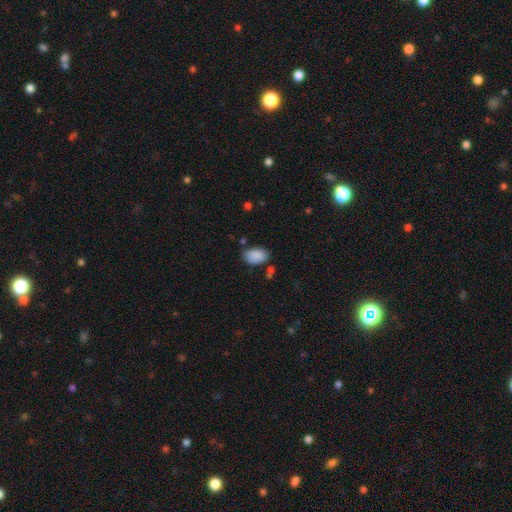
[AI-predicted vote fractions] Smooth or featured? smooth (89%)
How rounded? in between (89%)
Merging? none (74%)